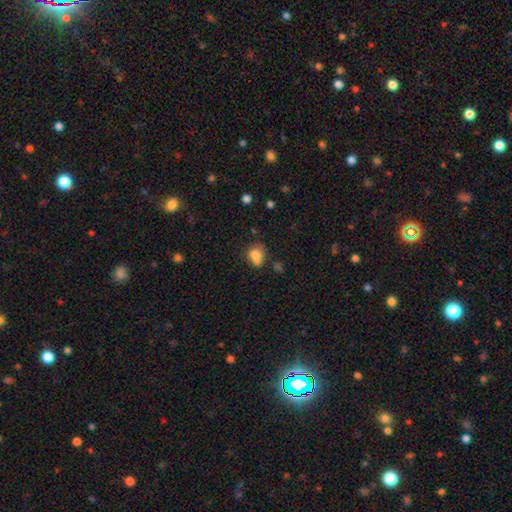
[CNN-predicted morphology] Overall: smooth (77%). How rounded: in between (56%; round 43%). Merging: none (40%; merger 27%).